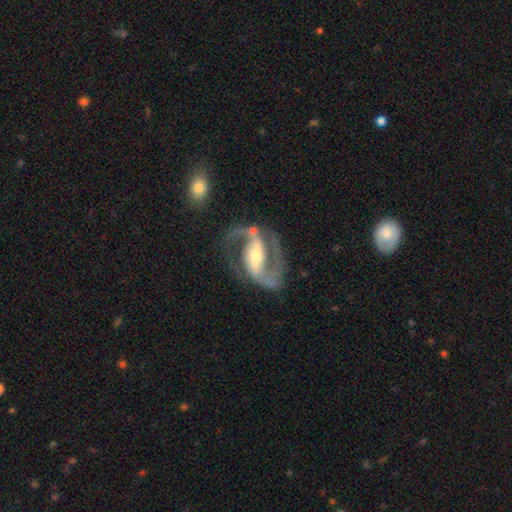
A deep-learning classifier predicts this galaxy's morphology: type=featured or disk (90%); edge-on=no (97%); bar=strong (58%); spiral arms=yes (96%); winding=medium (61%); arm count=2 (92%); bulge=moderate (60%); merging=none (70%).